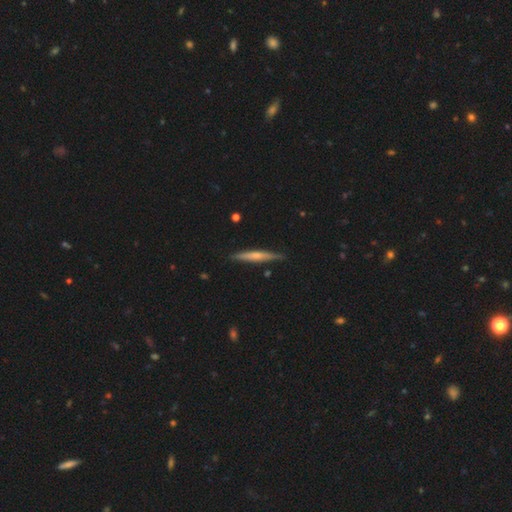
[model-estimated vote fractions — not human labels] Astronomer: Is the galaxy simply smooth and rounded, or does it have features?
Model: featured or disk — 53% (runner-up: smooth, 42%).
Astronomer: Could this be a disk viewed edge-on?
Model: yes — 96%.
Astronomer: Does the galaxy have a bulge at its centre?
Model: rounded — 54% (runner-up: none, 37%).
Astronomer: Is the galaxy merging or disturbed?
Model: none — 88%.